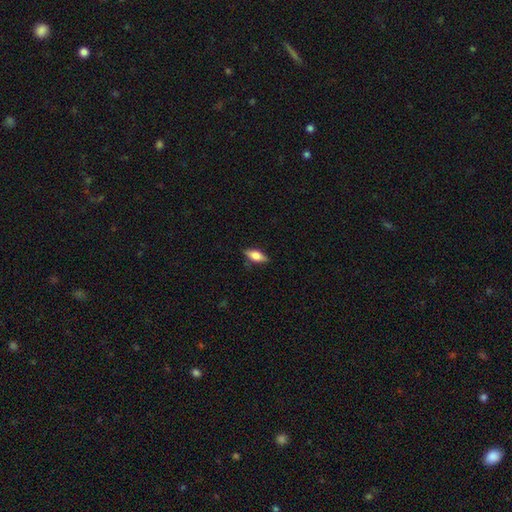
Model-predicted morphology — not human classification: Smooth or featured: smooth — 67% (featured or disk — 26%)
How rounded: in between — 78% (cigar-shaped — 19%)
Merging: none — 83% (minor disturbance — 13%)